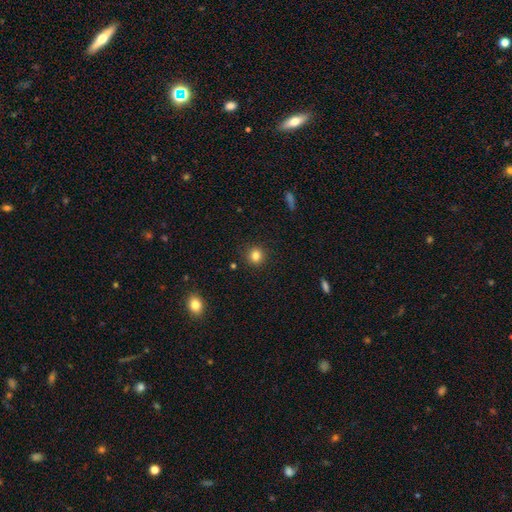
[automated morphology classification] This is clearly a smooth galaxy (83%). How rounded: clearly round (91%). Merging: clearly none (90%).